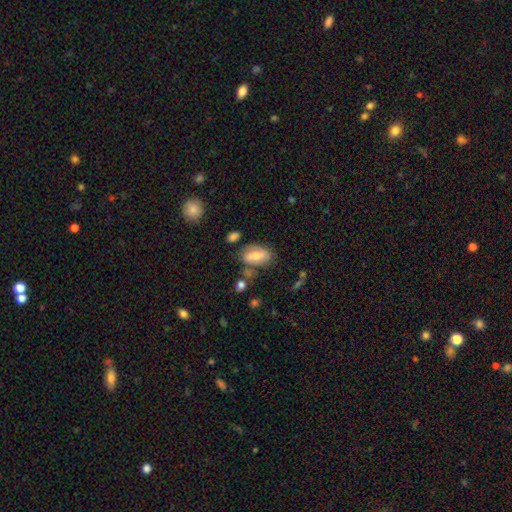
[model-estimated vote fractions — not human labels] The model was most divided on "smooth or featured": smooth: 58%, featured or disk: 34%, star or artifact: 8%. More confident: how rounded — in between (85%); merging — none (63%).